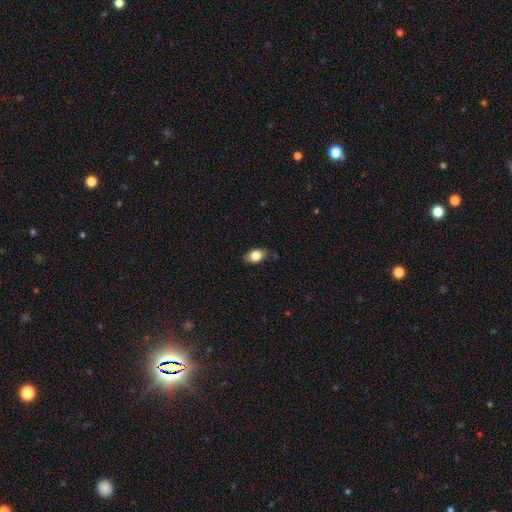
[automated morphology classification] This is clearly a smooth galaxy (81%). How rounded: clearly in between (84%). Merging: clearly none (81%).